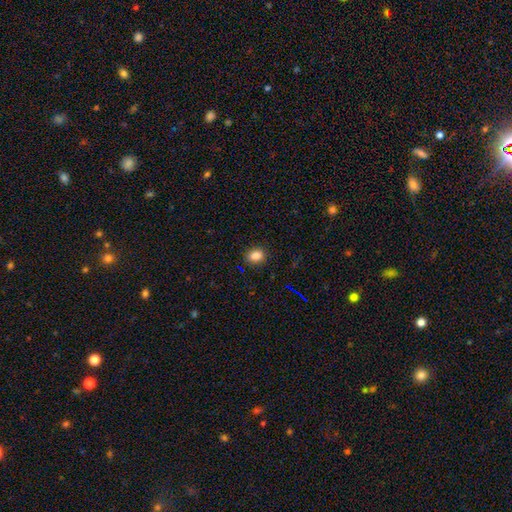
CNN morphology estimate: The model was most divided on "how rounded": in between: 53%, round: 46%, cigar-shaped: 1%. More confident: merging — none (88%); smooth or featured — smooth (85%).